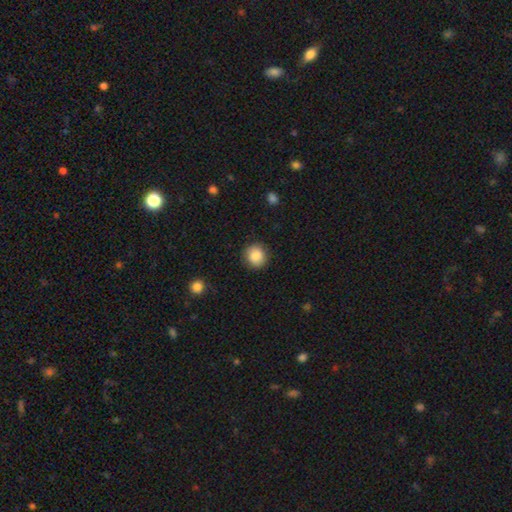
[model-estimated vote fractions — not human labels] A smooth galaxy with no disk features (87%) that is round (89%). Merging: none (87%).